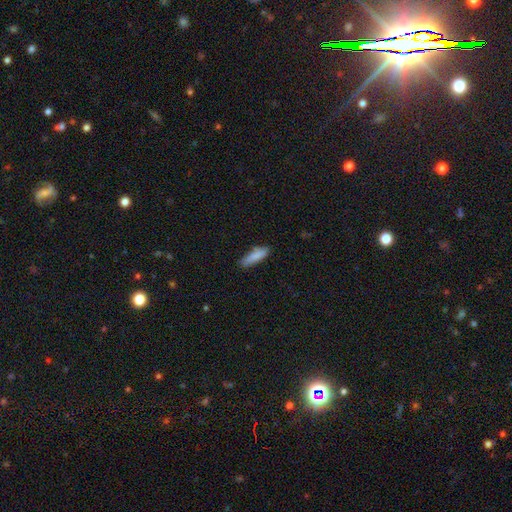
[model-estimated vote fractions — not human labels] Morphology: type=smooth (85%); roundness=cigar-shaped (61%); merging=none (81%).